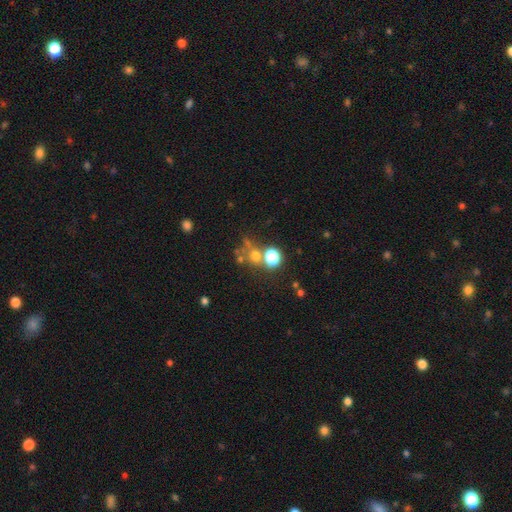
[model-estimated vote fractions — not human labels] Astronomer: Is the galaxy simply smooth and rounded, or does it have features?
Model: smooth — 58%.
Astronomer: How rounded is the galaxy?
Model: round — 85%.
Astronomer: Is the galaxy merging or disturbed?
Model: none — 56%.